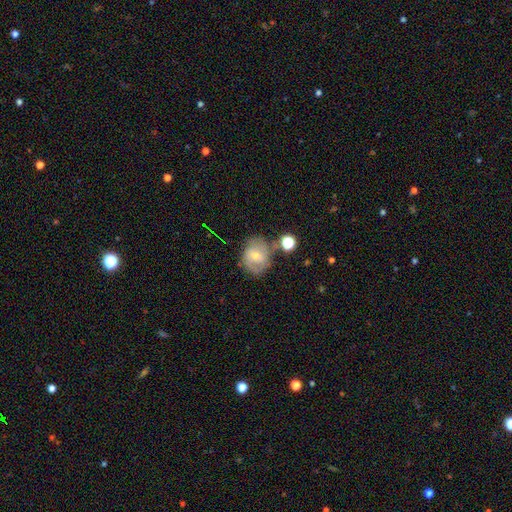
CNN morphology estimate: type=featured or disk (60%); edge-on=no (97%); bar=no (53%); spiral arms=yes (84%); bulge=small (54%); merging=none (64%).